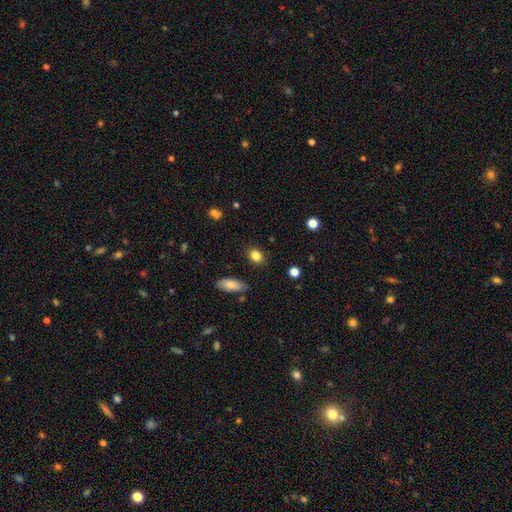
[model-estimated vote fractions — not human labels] This appears to be a smooth galaxy with no disk features (84%) that is in between round and cigar-shaped (55%). Merging: none (86%).